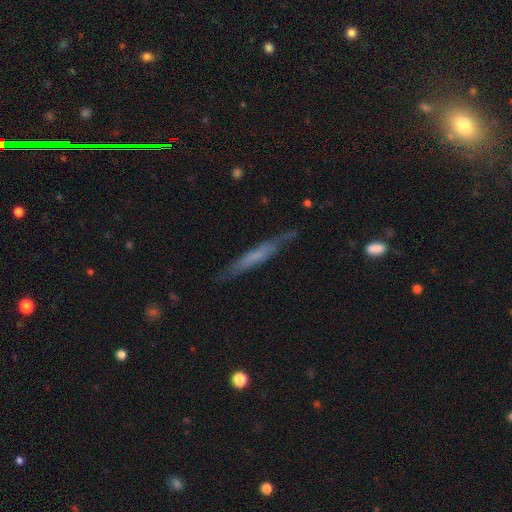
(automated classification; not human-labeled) Smooth or featured?
  - featured or disk: 47% *
  - smooth: 46%
  - star or artifact: 7%
Merging?
  - none: 74% *
  - minor disturbance: 19%
  - major disturbance: 5%
  - merger: 2%